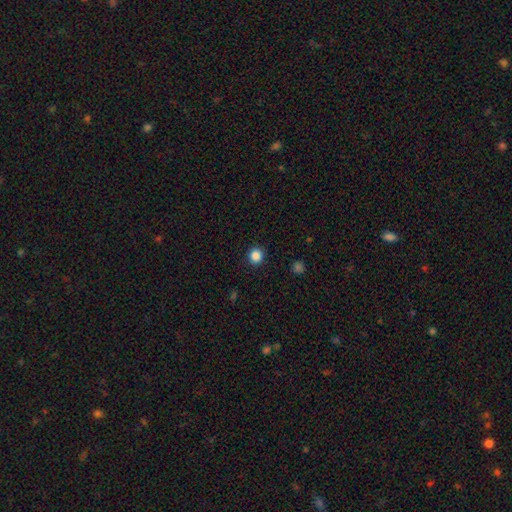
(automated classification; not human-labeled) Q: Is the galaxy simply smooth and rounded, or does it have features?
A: smooth — 86%.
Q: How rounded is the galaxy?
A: round — 91%.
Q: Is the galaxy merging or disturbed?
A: none — 92%.